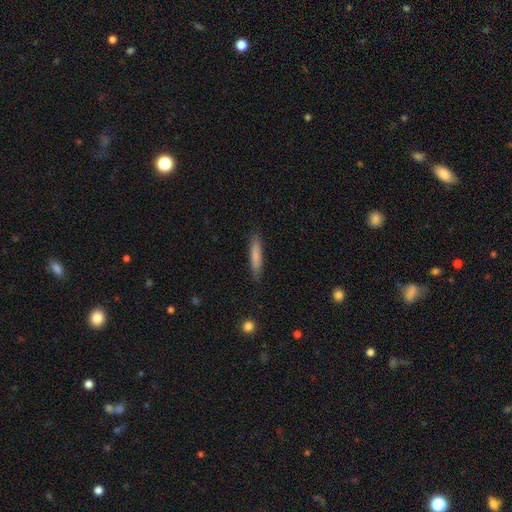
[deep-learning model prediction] This appears to be a smooth galaxy with no disk features (79%) that is cigar-shaped (89%). Merging: none (87%).